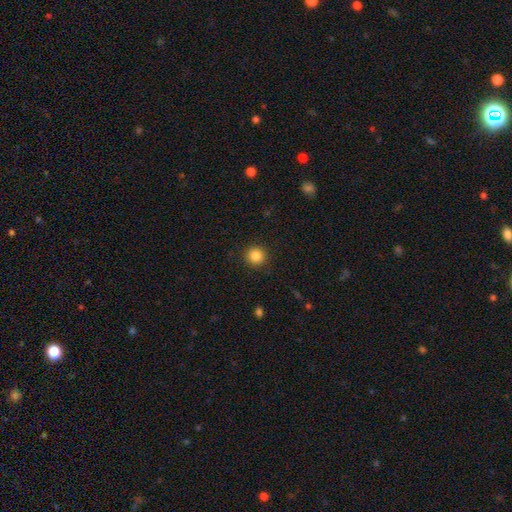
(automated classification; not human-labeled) Smooth or featured: smooth — 85% (star or artifact — 11%)
How rounded: round — 93% (in between — 6%)
Merging: none — 91% (minor disturbance — 6%)